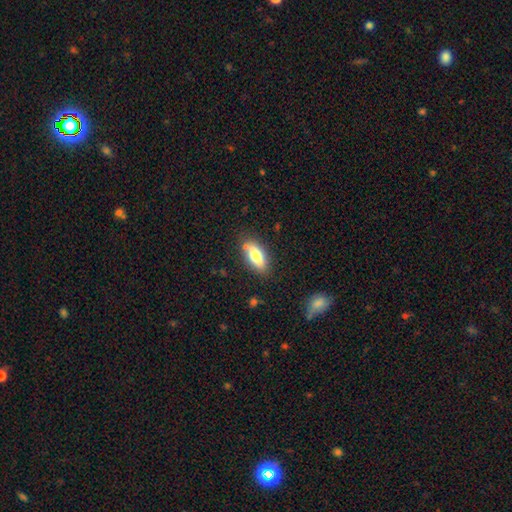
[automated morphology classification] Smooth or featured? smooth (72%)
How rounded? in between (78%)
Merging? none (79%)